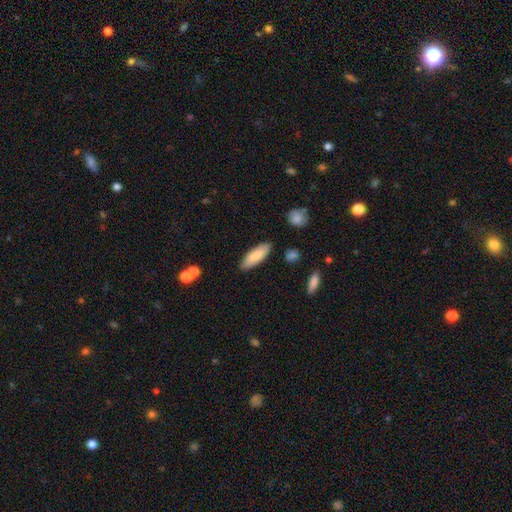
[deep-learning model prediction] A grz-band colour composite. It shows a smooth galaxy with no disk features (83%) that is in between round and cigar-shaped (58%). Merging: none (86%).